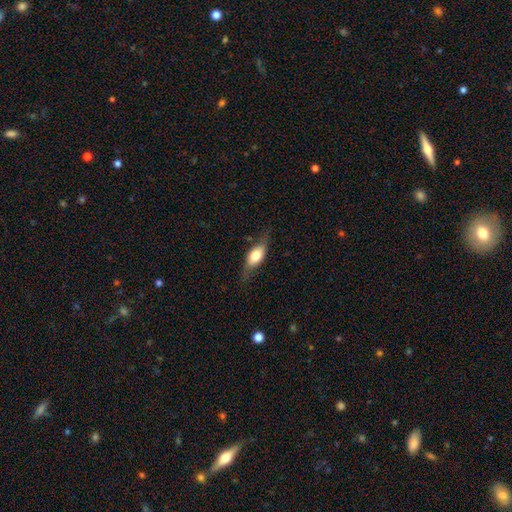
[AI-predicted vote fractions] smooth 59%, featured or disk 34%, star or artifact 7%. Down the decision tree: how rounded — in between (77%); merging — none (67%).